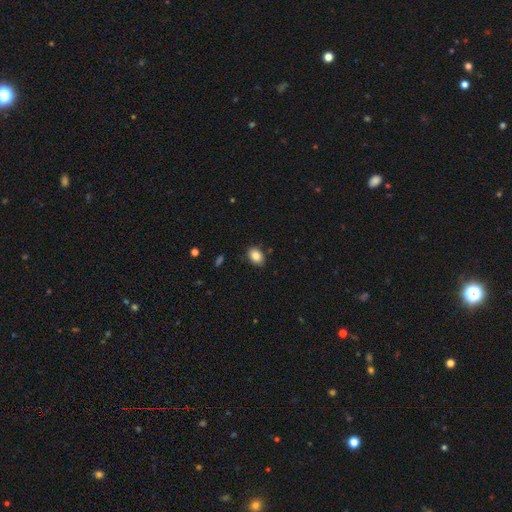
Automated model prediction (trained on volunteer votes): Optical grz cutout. It shows a smooth galaxy with no disk features (86%) that is in between round and cigar-shaped (79%). Merging: none (85%).